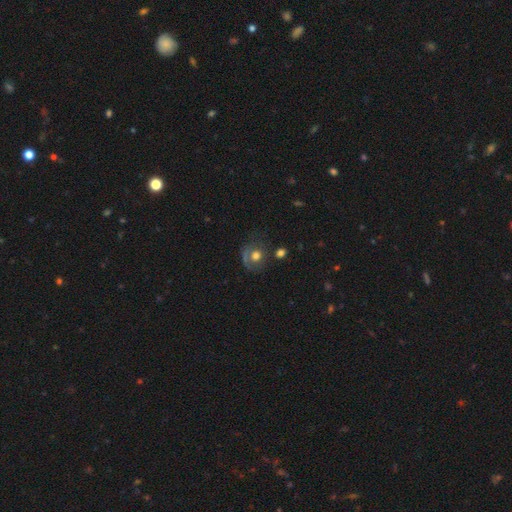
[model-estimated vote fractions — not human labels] Smooth or featured? smooth (56%)
How rounded? round (74%)
Merging? none (52%)